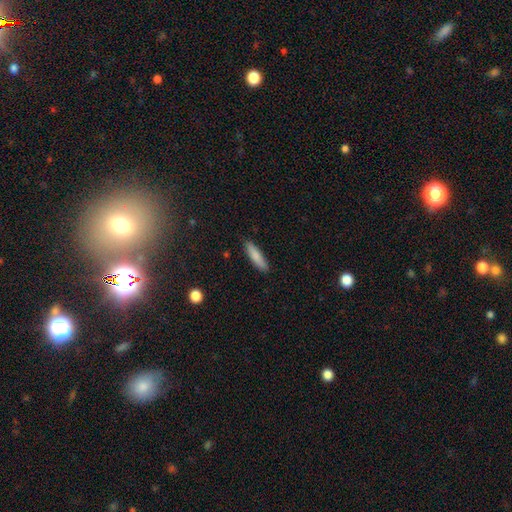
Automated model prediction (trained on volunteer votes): The model was most divided on "how rounded": cigar-shaped: 73%, in between: 25%, round: 2%. More confident: merging — none (87%); smooth or featured — smooth (83%).